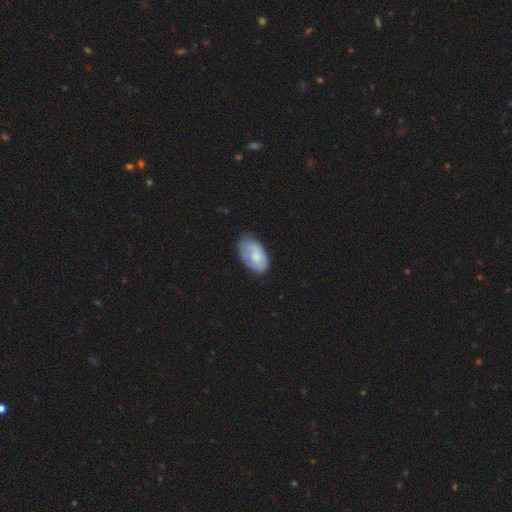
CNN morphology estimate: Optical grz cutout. It shows a smooth galaxy with no disk features (71%) that is in between round and cigar-shaped (94%). Merging: none (59%).